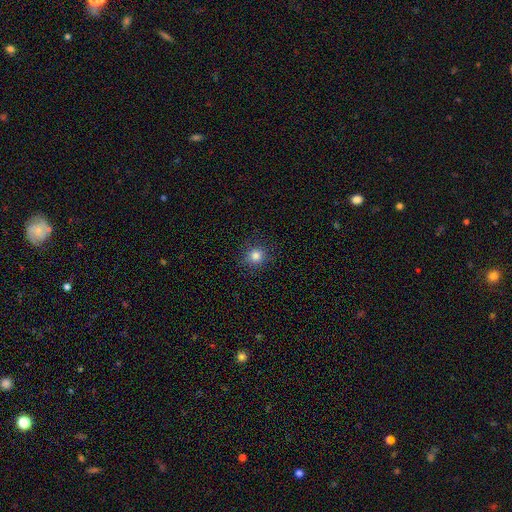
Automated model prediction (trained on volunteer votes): A smooth galaxy with no disk features (83%) that is round (90%).

Vote fractions:
- Smooth or featured? smooth: 83% / star or artifact: 12% / featured or disk: 4%
- How rounded? round: 90% / in between: 9% / cigar-shaped: 1%
- Merging? none: 88% / minor disturbance: 8% / major disturbance: 3% / merger: 1%